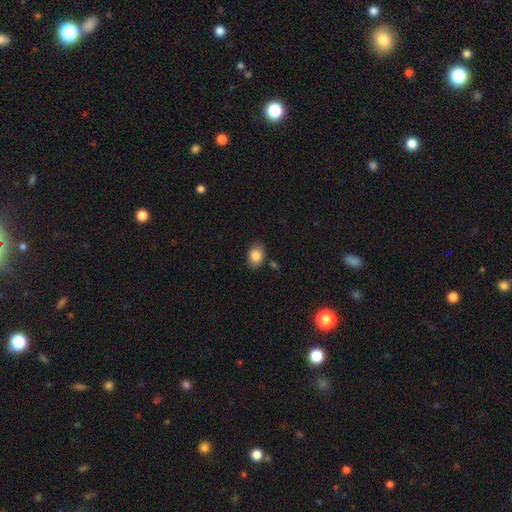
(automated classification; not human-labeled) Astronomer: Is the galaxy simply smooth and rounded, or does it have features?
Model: smooth — 85%.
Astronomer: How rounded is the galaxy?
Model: in between — 75%.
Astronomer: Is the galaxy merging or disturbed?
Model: none — 79%.